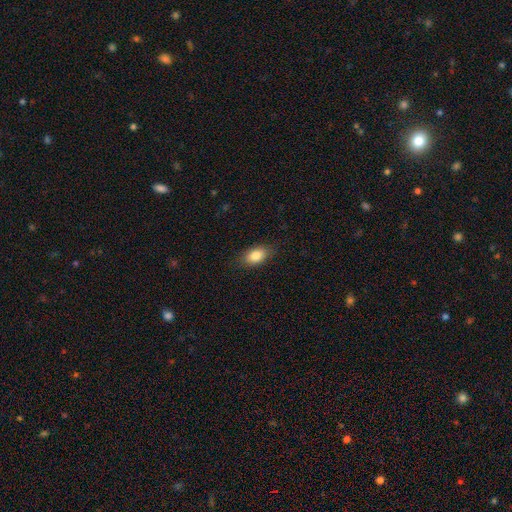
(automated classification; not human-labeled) A smooth galaxy with no disk features (85%) that is in between round and cigar-shaped (89%). Merging: none (85%).